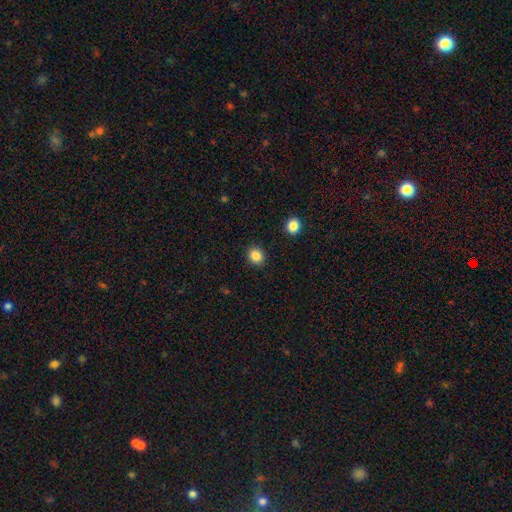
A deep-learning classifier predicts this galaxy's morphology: Smooth or featured? smooth (86%)
How rounded? round (76%)
Merging? none (90%)